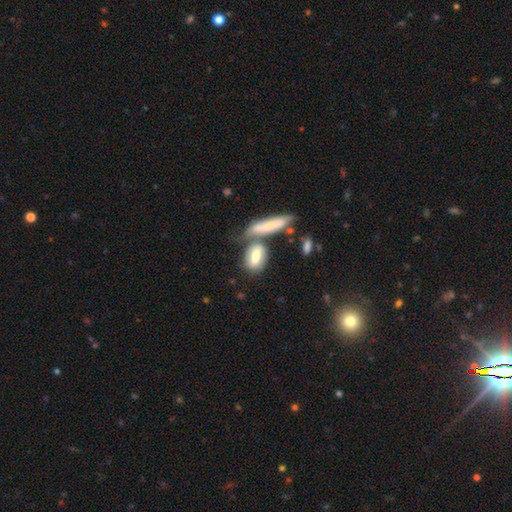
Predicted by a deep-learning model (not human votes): Q: Smooth or featured?
A: smooth (66%); runner-up: featured or disk (26%)
Q: How rounded?
A: in between (69%); runner-up: cigar-shaped (20%)
Q: Merging?
A: none (43%); runner-up: merger (36%)